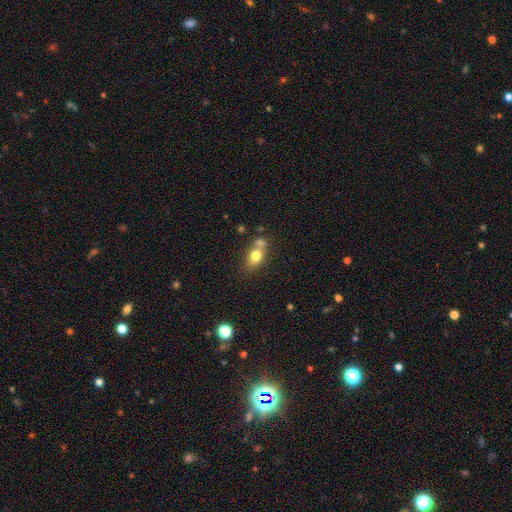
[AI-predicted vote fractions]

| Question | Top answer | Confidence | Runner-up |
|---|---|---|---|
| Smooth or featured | smooth | 74% | featured or disk (16%) |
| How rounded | in between | 68% | round (29%) |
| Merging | none | 43% | merger (38%) |